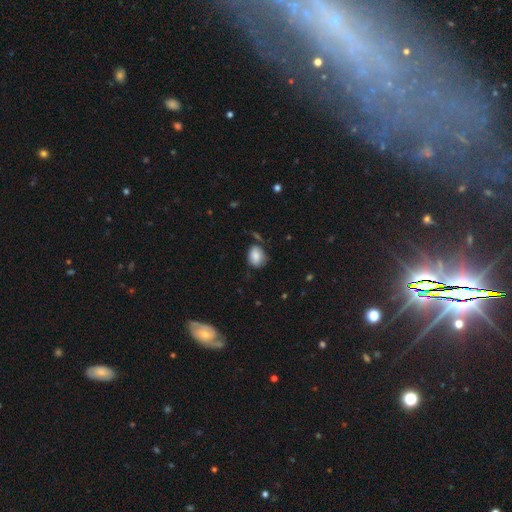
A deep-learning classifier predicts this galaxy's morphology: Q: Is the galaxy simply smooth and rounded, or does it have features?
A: smooth — 82%.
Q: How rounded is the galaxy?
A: in between — 56%.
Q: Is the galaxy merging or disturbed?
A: none — 62%.